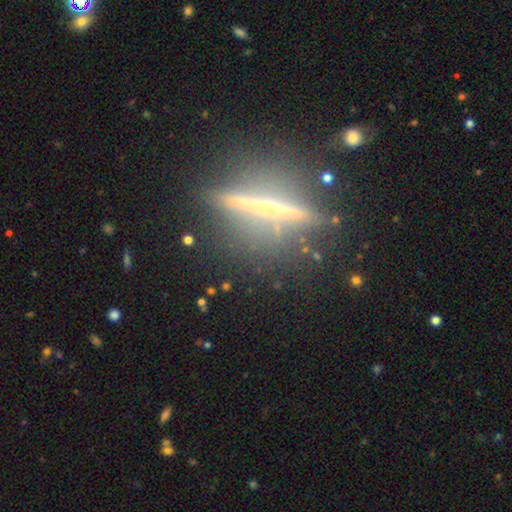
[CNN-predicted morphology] This appears to be a featured or disk galaxy (75%) viewed edge-on (91%) with no central bulge (76%). Merging: none (83%).